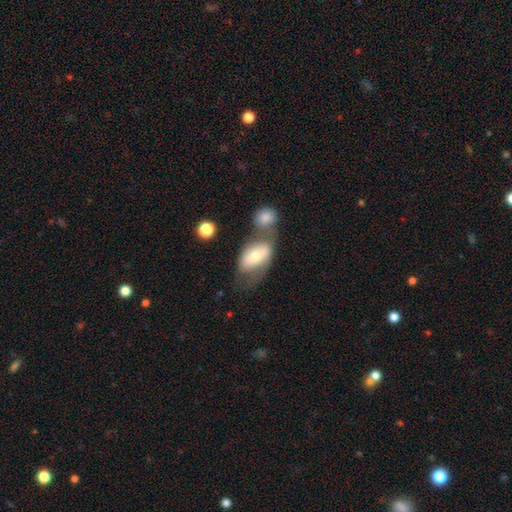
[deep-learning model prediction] The model was most divided on "merging": merger: 47%, none: 25%, minor disturbance: 15%, major disturbance: 13%. More confident: how rounded — in between (89%); smooth or featured — smooth (61%).